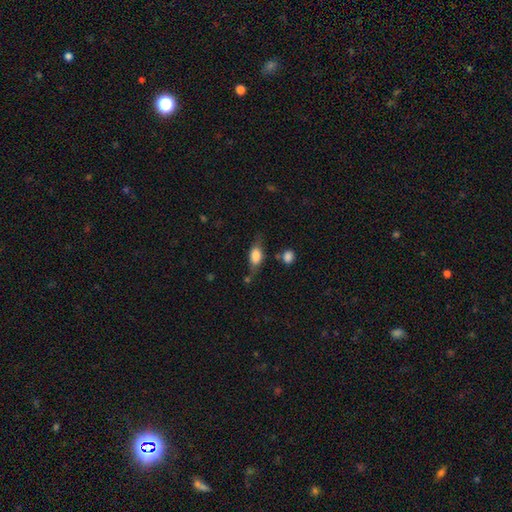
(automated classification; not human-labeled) A smooth galaxy with no disk features (68%) that is in between round and cigar-shaped (78%). Merging: none (59%).